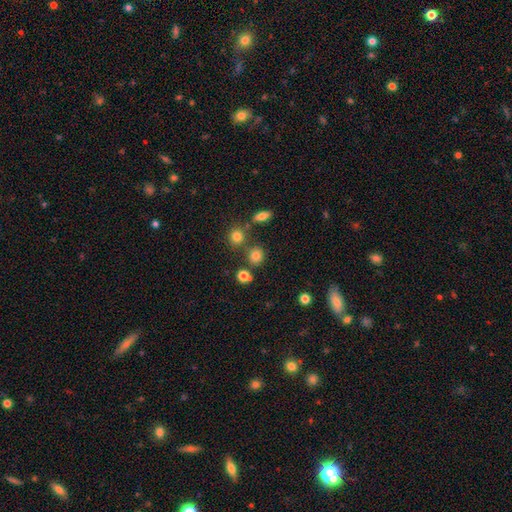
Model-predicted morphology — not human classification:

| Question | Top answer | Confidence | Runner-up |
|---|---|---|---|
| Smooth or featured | smooth | 79% | star or artifact (14%) |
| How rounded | round | 81% | in between (18%) |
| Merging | none | 73% | merger (13%) |